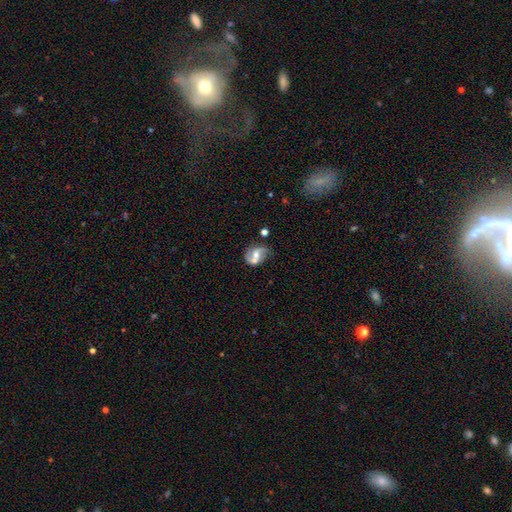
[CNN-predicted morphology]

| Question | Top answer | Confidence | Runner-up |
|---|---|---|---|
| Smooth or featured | featured or disk | 73% | smooth (19%) |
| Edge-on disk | no | 97% | yes (3%) |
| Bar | weak | 45% | no (31%) |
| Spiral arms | yes | 87% | no (13%) |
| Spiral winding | loose | 50% | medium (38%) |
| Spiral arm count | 2 | 84% | 1 (8%) |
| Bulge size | moderate | 56% | small (30%) |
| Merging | none | 51% | minor disturbance (19%) |